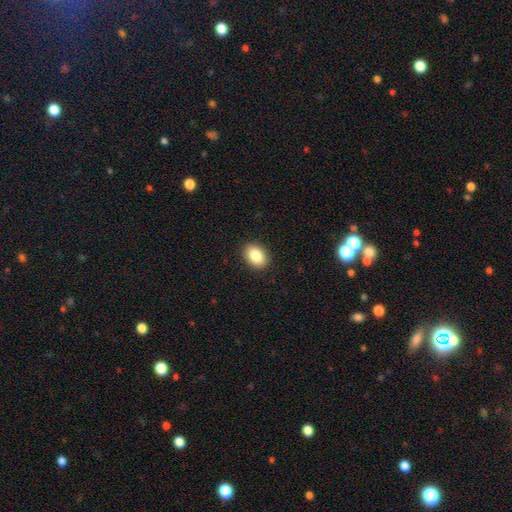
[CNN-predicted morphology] Smooth or featured?
  - smooth: 85% *
  - star or artifact: 8%
  - featured or disk: 6%
How rounded?
  - in between: 77% *
  - round: 22%
  - cigar-shaped: 1%
Merging?
  - none: 90% *
  - minor disturbance: 7%
  - major disturbance: 2%
  - merger: 1%